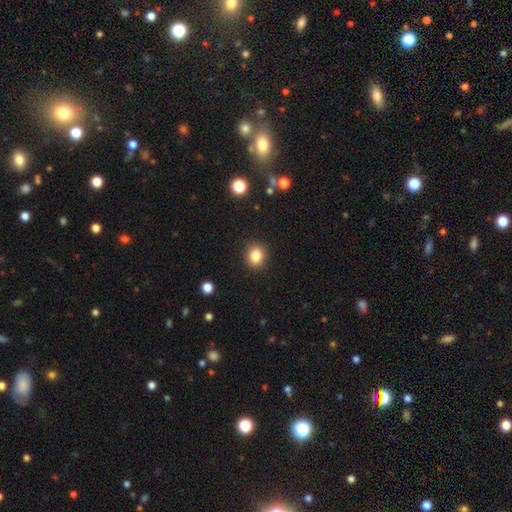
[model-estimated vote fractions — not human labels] smooth-or-featured: smooth: 84% | star or artifact: 11% | featured or disk: 5%
  how-rounded: round: 71% | in between: 28% | cigar-shaped: 1%
  merging: none: 90% | minor disturbance: 7% | major disturbance: 2% | merger: 1%